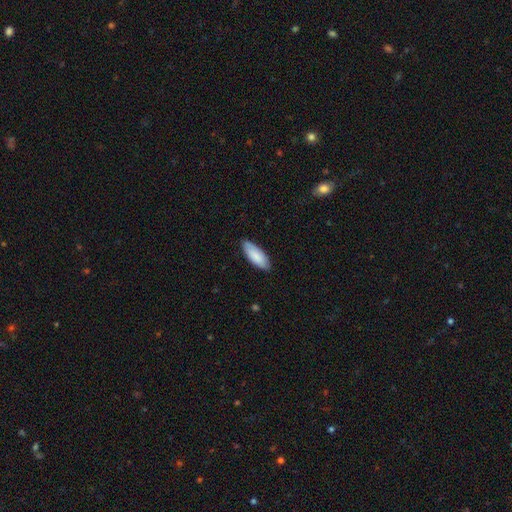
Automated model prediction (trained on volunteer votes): A smooth galaxy with no disk features (85%) that is in between round and cigar-shaped (77%).

Vote fractions:
- Smooth or featured? smooth: 85% / featured or disk: 10% / star or artifact: 5%
- How rounded? in between: 77% / cigar-shaped: 22% / round: 1%
- Merging? none: 82% / minor disturbance: 15% / major disturbance: 2% / merger: 1%